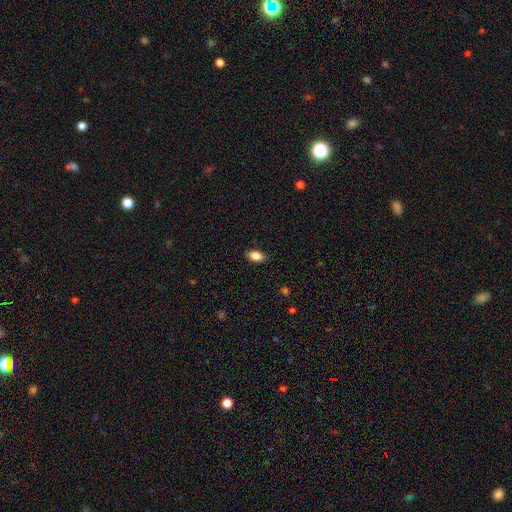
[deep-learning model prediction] Q: Smooth or featured?
A: smooth (85%); runner-up: star or artifact (8%)
Q: How rounded?
A: in between (90%); runner-up: round (6%)
Q: Merging?
A: none (86%); runner-up: minor disturbance (11%)